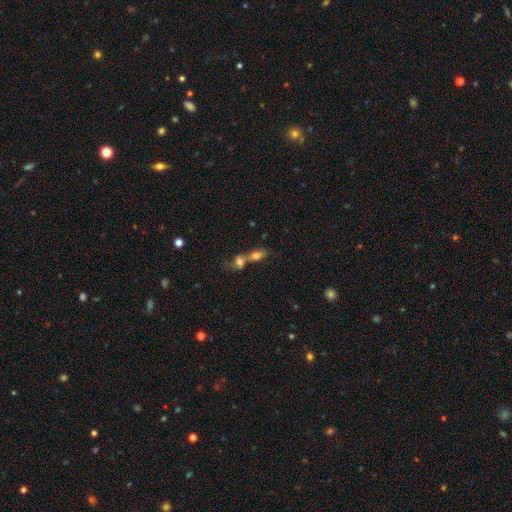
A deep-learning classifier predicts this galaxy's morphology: A smooth galaxy with no disk features (67%) that is in between round and cigar-shaped (66%).

Vote fractions:
- Smooth or featured? smooth: 67% / featured or disk: 19% / star or artifact: 14%
- How rounded? in between: 66% / round: 26% / cigar-shaped: 9%
- Merging? merger: 75% / none: 15% / minor disturbance: 5% / major disturbance: 5%